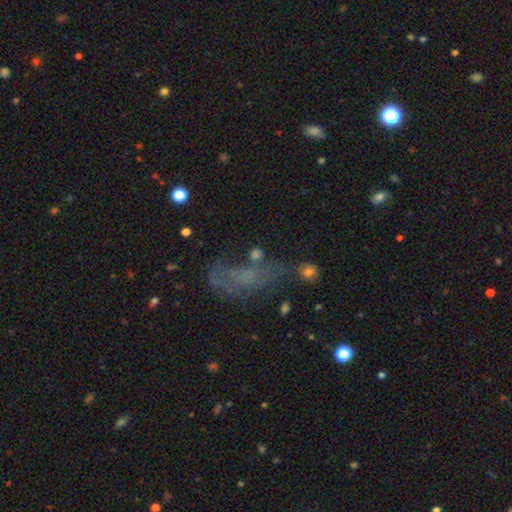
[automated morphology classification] smooth-or-featured: smooth: 41% | featured or disk: 37% | star or artifact: 22%
  merging: major disturbance: 34% (tied) | none: 34% (tied) | minor disturbance: 20% | merger: 12%